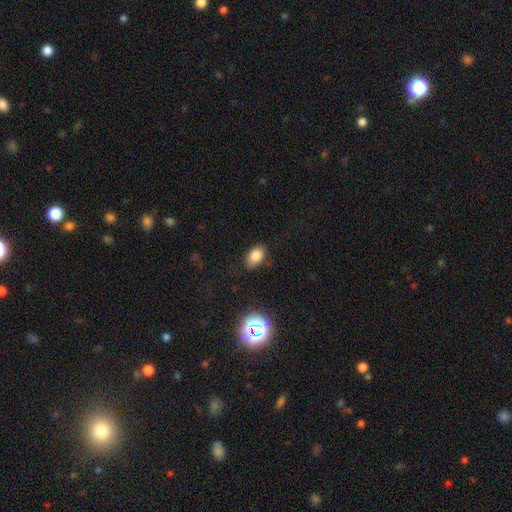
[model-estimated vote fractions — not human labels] Q: Smooth or featured?
A: smooth (80%); runner-up: star or artifact (12%)
Q: How rounded?
A: in between (85%); runner-up: round (14%)
Q: Merging?
A: none (82%); runner-up: minor disturbance (14%)